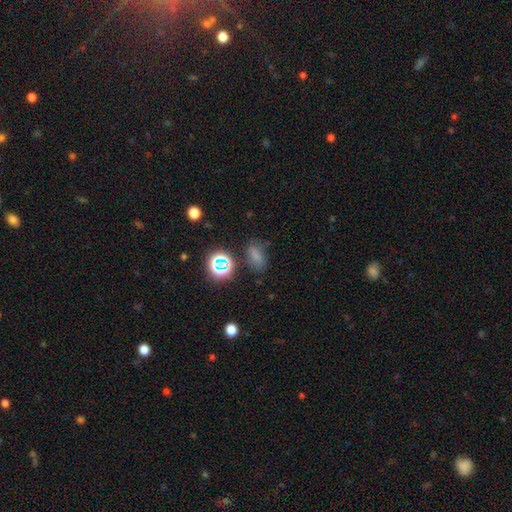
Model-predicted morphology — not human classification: type=smooth (67%); roundness=in between (80%); merging=none (66%).